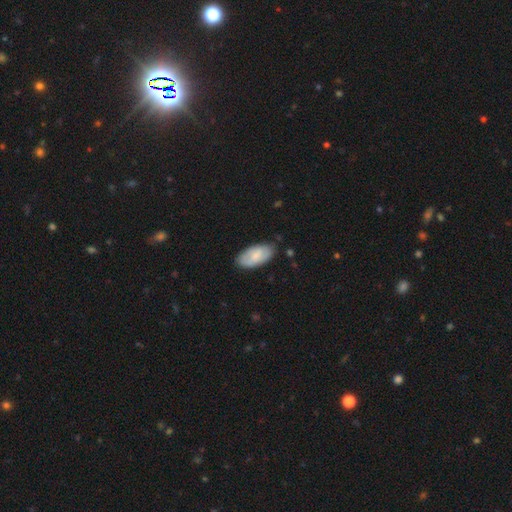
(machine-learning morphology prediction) This appears to be a smooth galaxy with no disk features (72%) that is in between round and cigar-shaped (94%). Merging: none (79%).